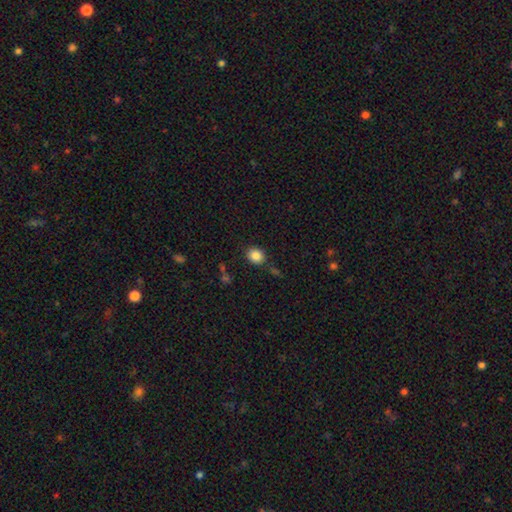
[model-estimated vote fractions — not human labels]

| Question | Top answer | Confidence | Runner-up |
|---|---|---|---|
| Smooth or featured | smooth | 86% | star or artifact (10%) |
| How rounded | round | 72% | in between (27%) |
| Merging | none | 83% | minor disturbance (10%) |